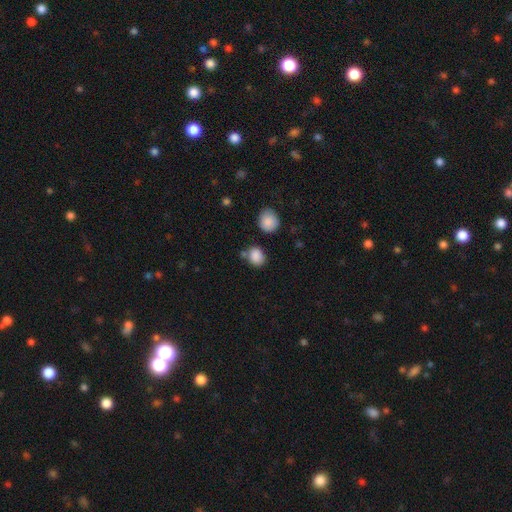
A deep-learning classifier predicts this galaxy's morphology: Smooth or featured: smooth — 87% (star or artifact — 9%)
How rounded: round — 53% (in between — 46%)
Merging: none — 67% (minor disturbance — 15%)